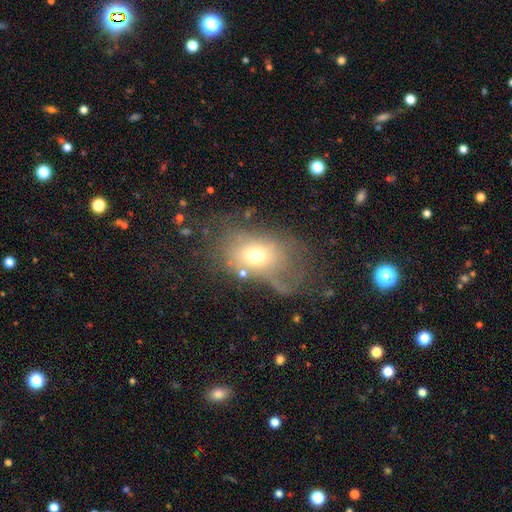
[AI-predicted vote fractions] Smooth or featured: smooth — 57% (featured or disk — 30%)
How rounded: in between — 74% (round — 25%)
Merging: none — 36% (major disturbance — 35%)